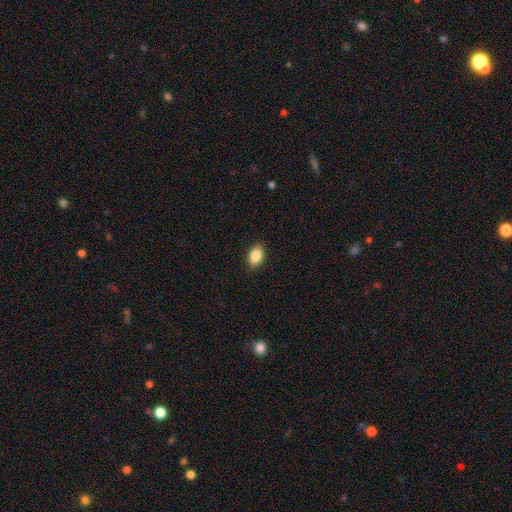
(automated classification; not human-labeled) A smooth galaxy with no disk features (87%) that is in between round and cigar-shaped (86%). Merging: none (89%).